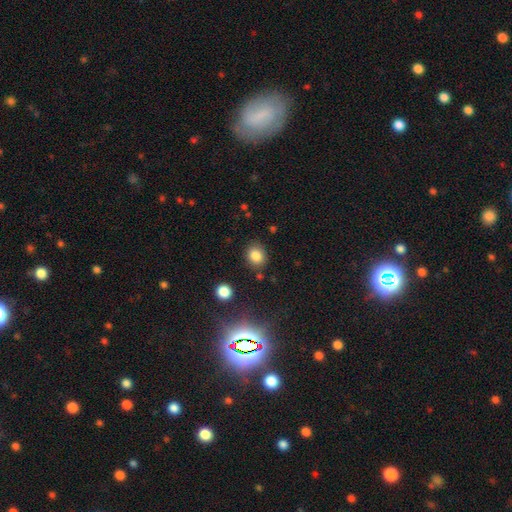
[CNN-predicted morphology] The model was most divided on "how rounded": round: 66%, in between: 33%, cigar-shaped: 1%. More confident: merging — none (84%); smooth or featured — smooth (83%).